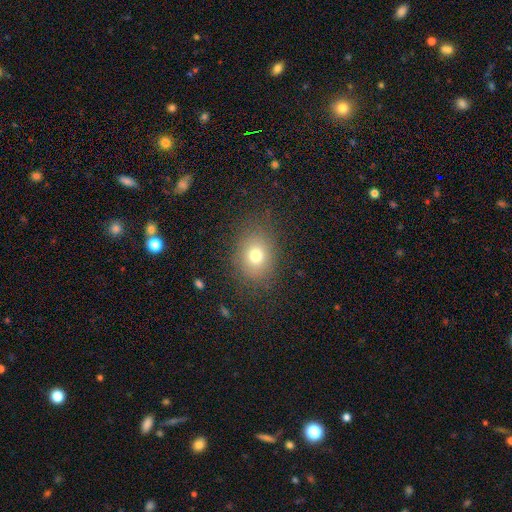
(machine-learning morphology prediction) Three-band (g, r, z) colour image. It shows a smooth galaxy with no disk features (74%) that is in between round and cigar-shaped (52%). Merging: none (81%).